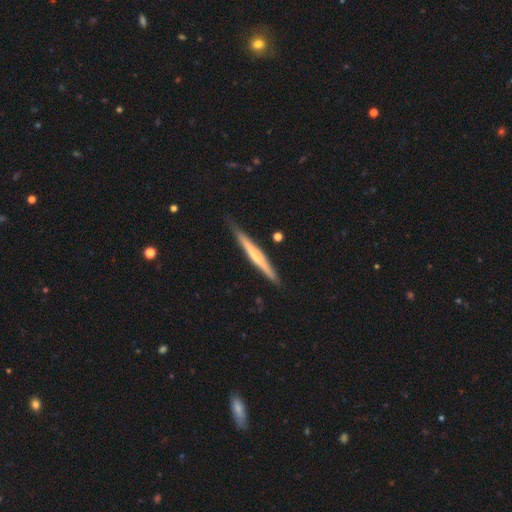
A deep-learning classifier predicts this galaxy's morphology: type=featured or disk (57%); edge-on=yes (97%); edge-on bulge=none (58%); merging=none (85%).